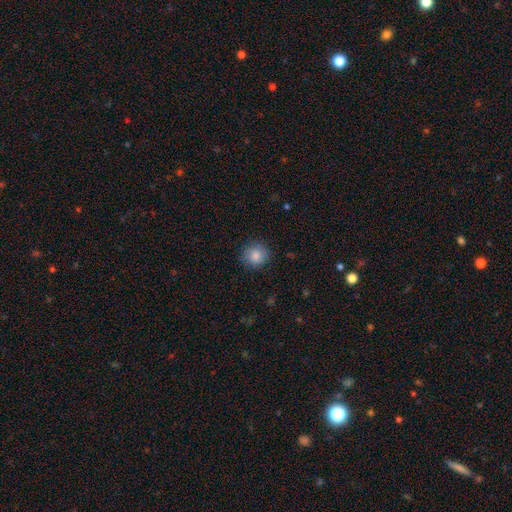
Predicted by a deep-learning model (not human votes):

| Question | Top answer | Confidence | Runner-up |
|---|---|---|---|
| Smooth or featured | smooth | 85% | star or artifact (9%) |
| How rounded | round | 89% | in between (10%) |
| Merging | none | 86% | minor disturbance (10%) |